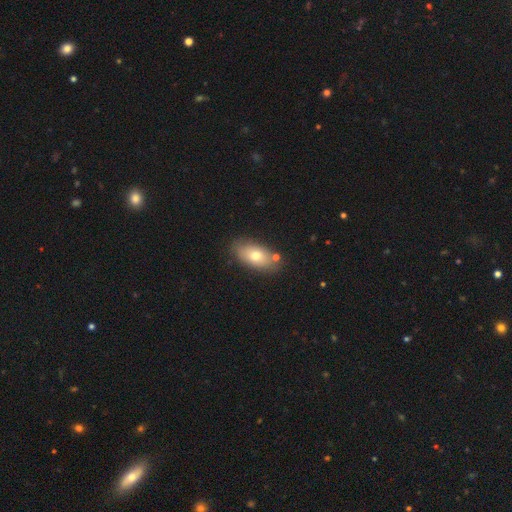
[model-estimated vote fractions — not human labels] Smooth or featured? Predicted: smooth (p=0.72). How rounded? Predicted: in between (p=0.89). Merging? Predicted: none (p=0.76).